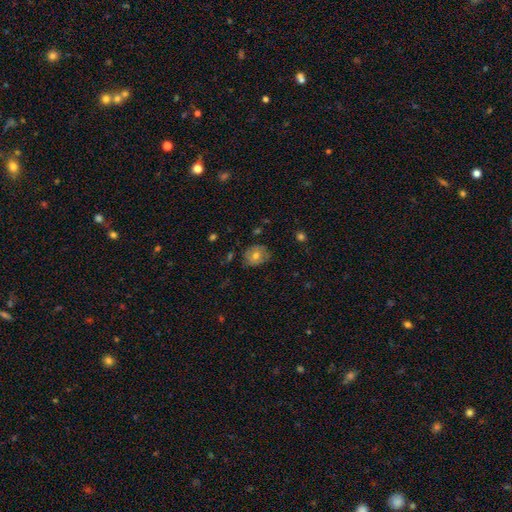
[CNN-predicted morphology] smooth 64%, featured or disk 27%, star or artifact 9%. Down the decision tree: how rounded — round (51%); merging — none (72%).